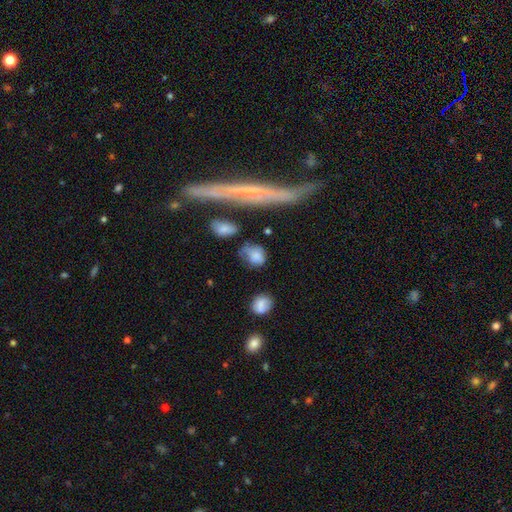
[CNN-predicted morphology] smooth-or-featured: smooth: 72% | featured or disk: 19% | star or artifact: 9%
  how-rounded: in between: 53% | round: 44% | cigar-shaped: 3%
  merging: none: 45% | minor disturbance: 32% | major disturbance: 17% | merger: 7%